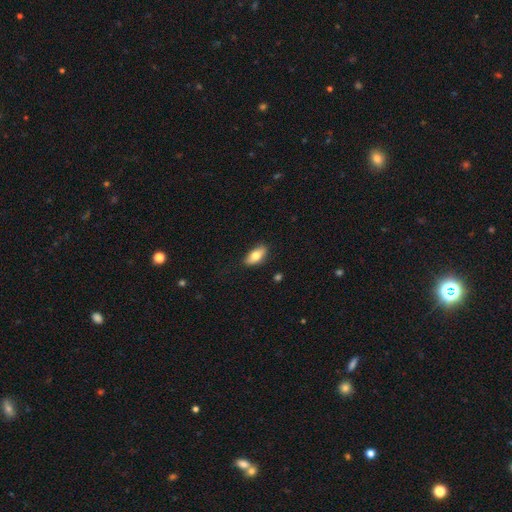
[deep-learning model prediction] The model was most divided on "smooth or featured": smooth: 75%, featured or disk: 19%, star or artifact: 6%. More confident: how rounded — in between (87%); merging — none (84%).